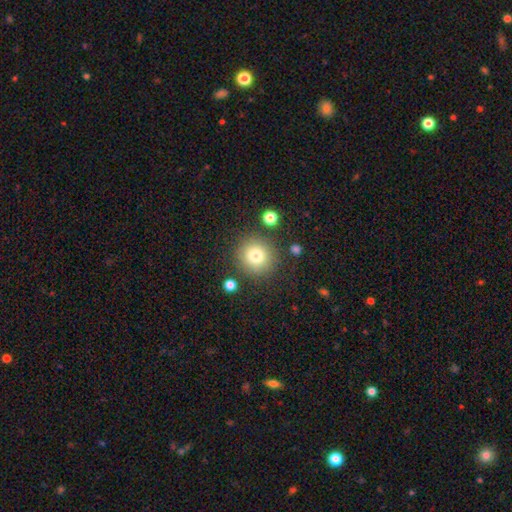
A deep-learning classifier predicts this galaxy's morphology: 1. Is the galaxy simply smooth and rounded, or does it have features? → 79% smooth, 12% star or artifact, 9% featured or disk.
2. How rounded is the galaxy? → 94% round, 5% in between, 1% cigar-shaped.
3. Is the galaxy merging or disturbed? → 85% none, 8% minor disturbance, 4% merger, 3% major disturbance.